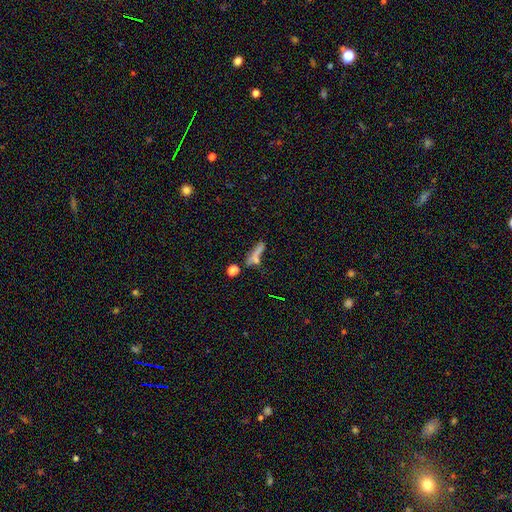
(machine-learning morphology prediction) type=smooth (57%); roundness=cigar-shaped (72%); merging=none (47%).